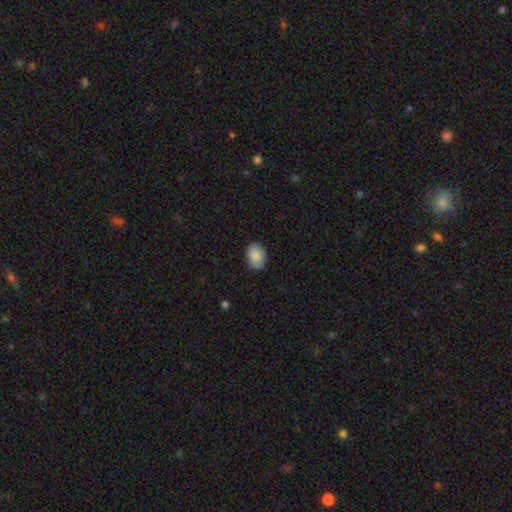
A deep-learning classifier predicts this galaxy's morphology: Smooth or featured: smooth — 89% (star or artifact — 7%)
How rounded: in between — 72% (round — 27%)
Merging: none — 87% (minor disturbance — 10%)